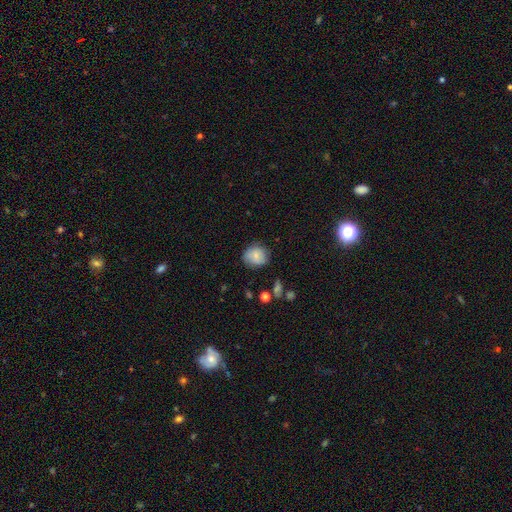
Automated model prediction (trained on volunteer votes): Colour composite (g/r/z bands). It shows a smooth galaxy with no disk features (76%) that is round (74%). Merging: none (70%).